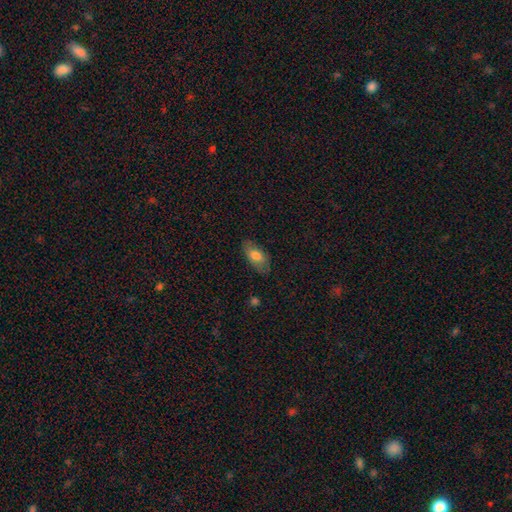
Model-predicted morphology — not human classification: Smooth or featured?
  - smooth: 74% *
  - featured or disk: 19%
  - star or artifact: 7%
How rounded?
  - in between: 89% *
  - cigar-shaped: 7%
  - round: 3%
Merging?
  - none: 79% *
  - minor disturbance: 16%
  - major disturbance: 4%
  - merger: 1%